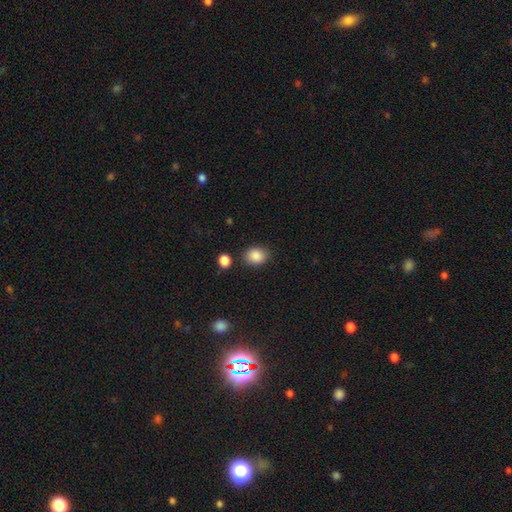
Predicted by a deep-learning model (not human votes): Morphology: type=smooth (87%); roundness=in between (58%); merging=none (83%).